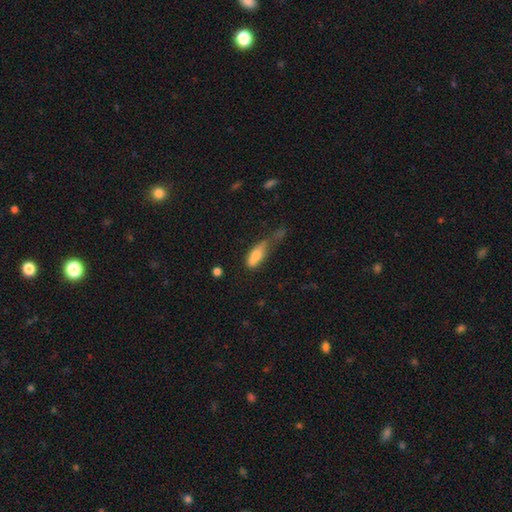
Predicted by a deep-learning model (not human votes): This is likely a smooth galaxy (73%). How rounded: likely in between (67%). Merging: marginally major disturbance (33%).